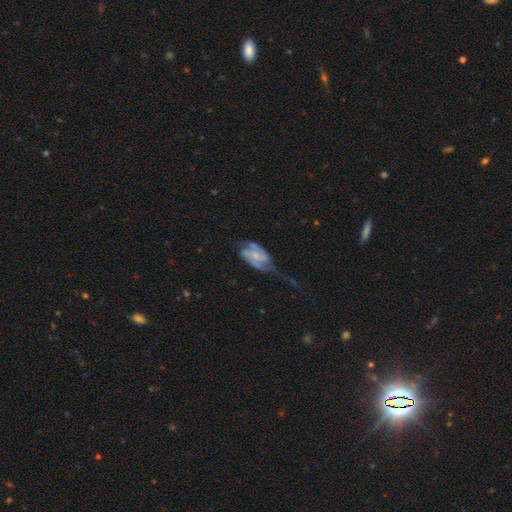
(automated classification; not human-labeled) Q: Smooth or featured?
A: featured or disk (83%); runner-up: smooth (11%)
Q: Edge-on disk?
A: no (97%); runner-up: yes (3%)
Q: Bar?
A: weak (43%); runner-up: no (41%)
Q: Spiral arms?
A: yes (96%); runner-up: no (4%)
Q: Spiral winding?
A: medium (46%); runner-up: tight (29%)
Q: Spiral arm count?
A: 2 (87%); runner-up: can't tell (5%)
Q: Bulge size?
A: small (53%); runner-up: moderate (28%)
Q: Merging?
A: none (42%); runner-up: major disturbance (30%)